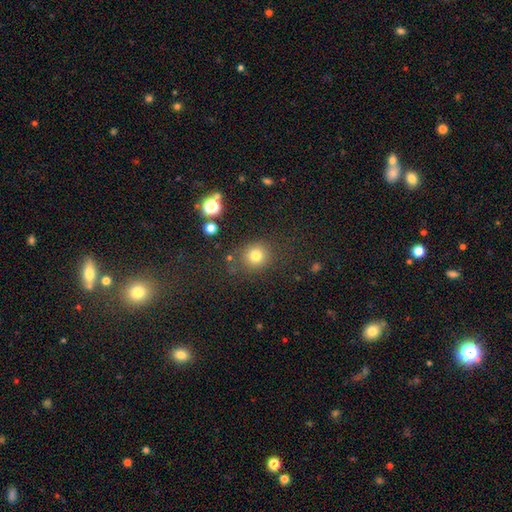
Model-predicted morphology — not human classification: Overall: smooth (79%). How rounded: round (84%). Merging: none (79%).